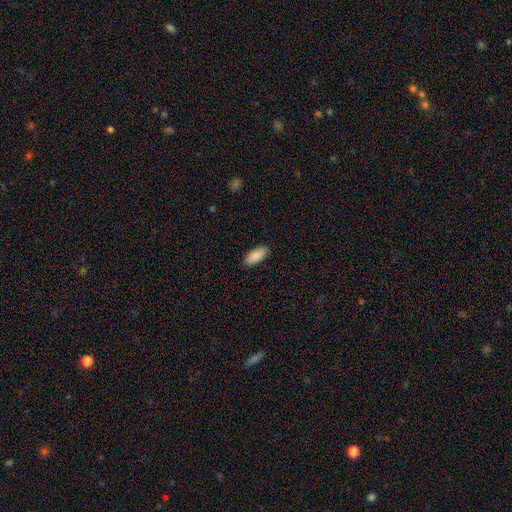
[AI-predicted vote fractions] smooth-or-featured: smooth: 90% | star or artifact: 6% | featured or disk: 5%
  how-rounded: in between: 85% | cigar-shaped: 14% | round: 2%
  merging: none: 89% | minor disturbance: 8% | major disturbance: 2% | merger: 1%